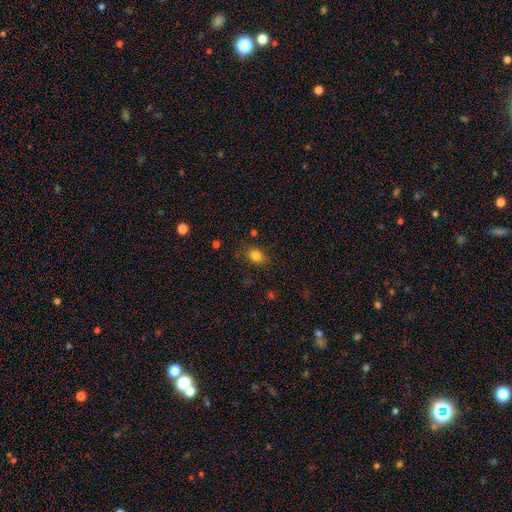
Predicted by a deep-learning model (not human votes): Overall: smooth (82%). How rounded: in between (58%; round 41%). Merging: none (80%).